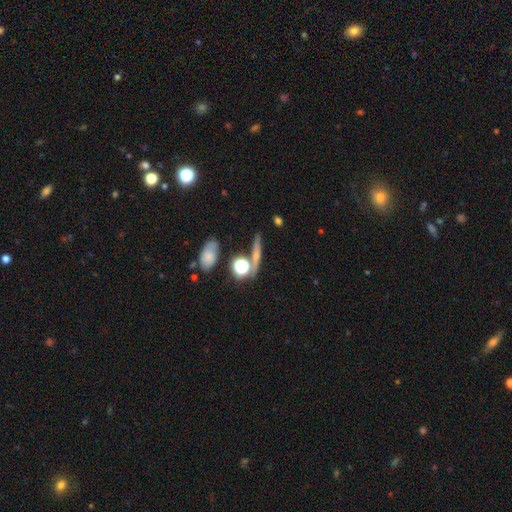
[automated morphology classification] Smooth or featured? smooth (50%)
Merging? none (72%)